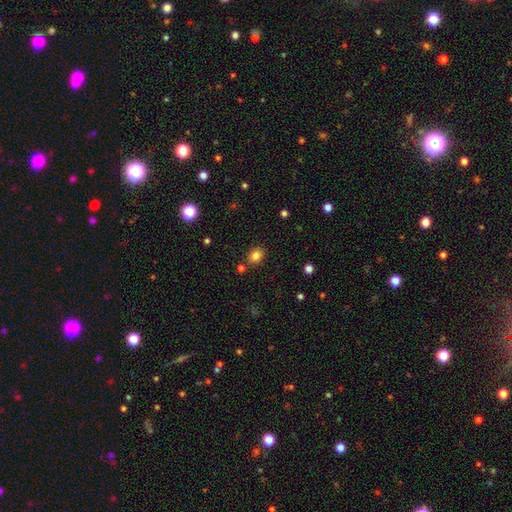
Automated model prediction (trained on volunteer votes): smooth 82%, star or artifact 12%, featured or disk 6%. Down the decision tree: how rounded — in between (53%); merging — none (83%).